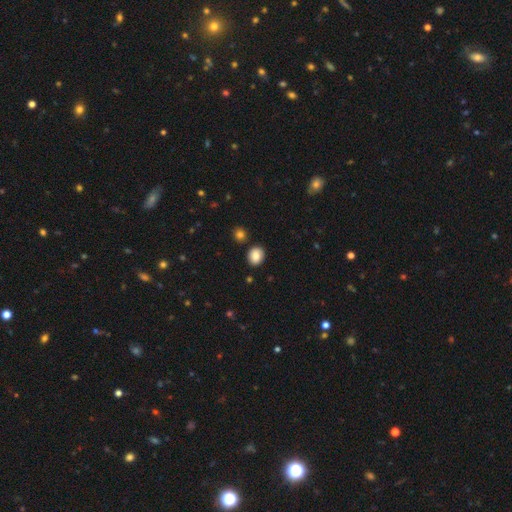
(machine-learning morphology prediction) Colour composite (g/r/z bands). It shows a smooth galaxy with no disk features (84%) that is round (62%). Merging: none (87%).